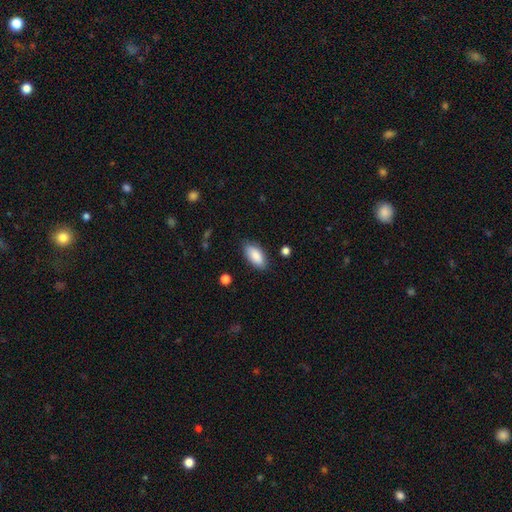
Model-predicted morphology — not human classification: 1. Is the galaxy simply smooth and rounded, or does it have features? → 88% smooth, 6% featured or disk, 6% star or artifact.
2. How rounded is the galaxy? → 90% in between, 8% cigar-shaped, 2% round.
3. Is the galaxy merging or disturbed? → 83% none, 13% minor disturbance, 3% major disturbance, 1% merger.